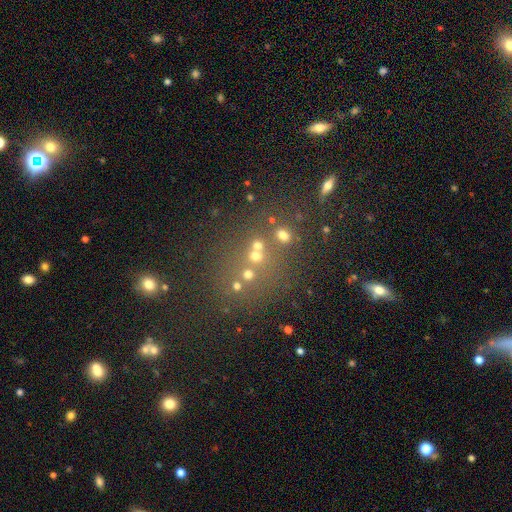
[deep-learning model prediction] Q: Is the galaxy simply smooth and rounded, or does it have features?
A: star or artifact — 54%.